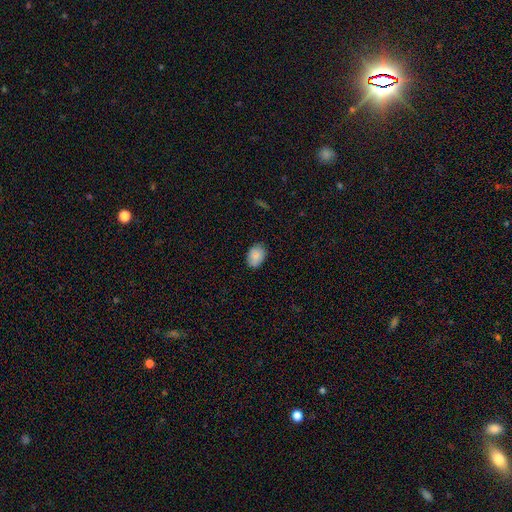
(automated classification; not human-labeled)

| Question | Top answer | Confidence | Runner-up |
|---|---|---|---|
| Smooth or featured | smooth | 85% | featured or disk (8%) |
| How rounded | in between | 76% | round (23%) |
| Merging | none | 82% | minor disturbance (14%) |